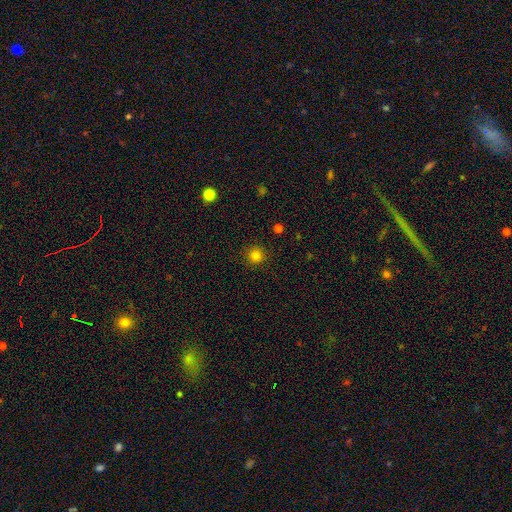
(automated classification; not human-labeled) Smooth or featured? smooth (81%)
How rounded? round (95%)
Merging? none (91%)